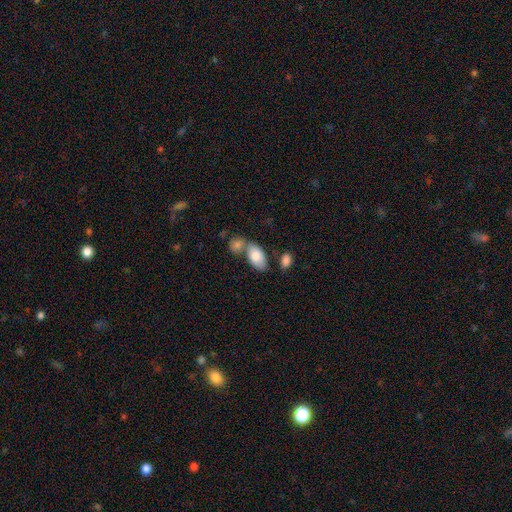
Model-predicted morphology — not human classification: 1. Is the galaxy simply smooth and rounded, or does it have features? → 81% smooth, 13% featured or disk, 6% star or artifact.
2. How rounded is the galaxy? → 93% in between, 4% round, 2% cigar-shaped.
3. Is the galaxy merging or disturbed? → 46% none, 36% merger, 13% minor disturbance, 5% major disturbance.